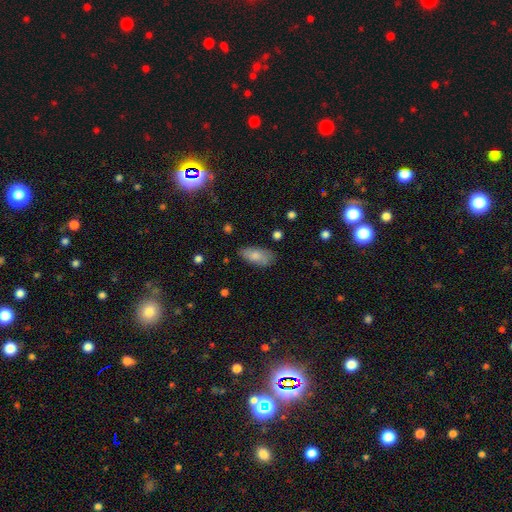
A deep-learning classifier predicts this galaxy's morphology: type=smooth (79%); roundness=in between (88%); merging=none (75%).